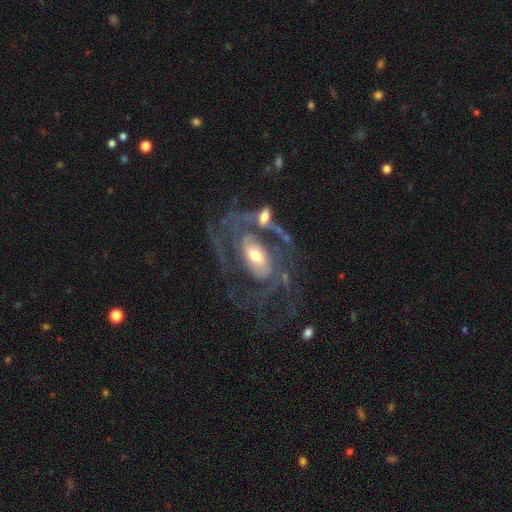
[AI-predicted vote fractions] Overall: featured or disk (86%). Edge-on disk: no (95%). Bar: no (45%; weak 38%). Spiral arms: yes (91%). Spiral arm count: can't tell (30%; 2 29%). Spiral winding: medium (41%, tied with tight). Bulge size: moderate (58%; small 27%). Merging: none (41%; major disturbance 28%).